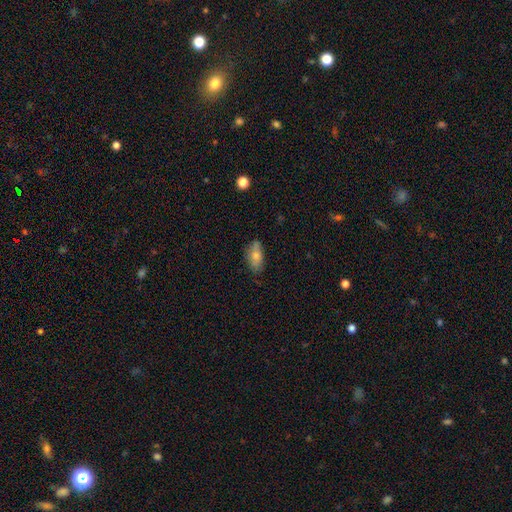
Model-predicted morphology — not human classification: A smooth galaxy with no disk features (74%) that is in between round and cigar-shaped (88%).

Vote fractions:
- Smooth or featured? smooth: 74% / featured or disk: 19% / star or artifact: 8%
- How rounded? in between: 88% / cigar-shaped: 8% / round: 4%
- Merging? none: 67% / minor disturbance: 24% / major disturbance: 5% / merger: 4%